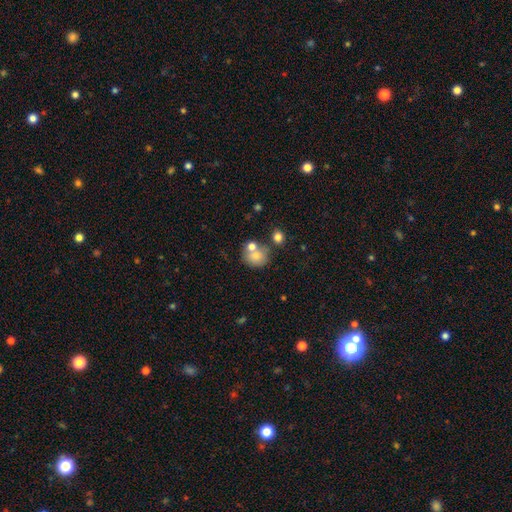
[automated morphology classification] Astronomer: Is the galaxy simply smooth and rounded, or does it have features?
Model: smooth — 74%.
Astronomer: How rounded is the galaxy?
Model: round — 79%.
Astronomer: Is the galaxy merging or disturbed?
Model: none — 51% (runner-up: merger, 32%).